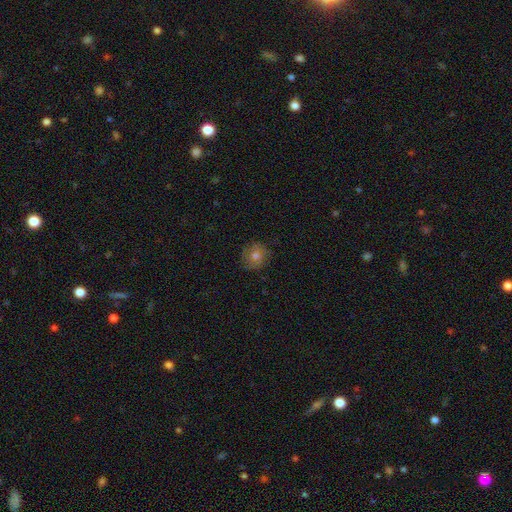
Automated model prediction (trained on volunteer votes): The model was most divided on "smooth or featured": smooth: 69%, featured or disk: 18%, star or artifact: 13%. More confident: how rounded — round (88%); merging — none (85%).